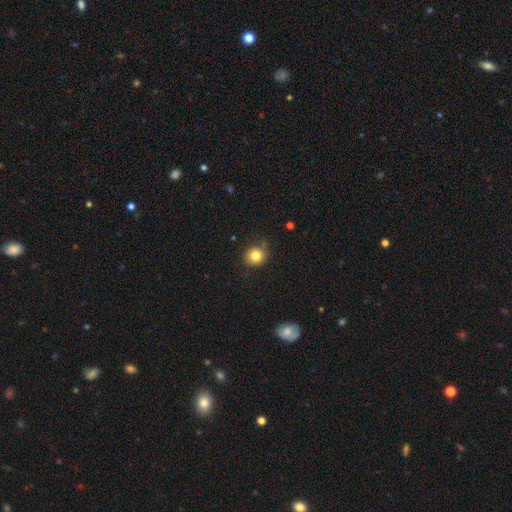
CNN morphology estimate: Q: Smooth or featured?
A: smooth (81%); runner-up: star or artifact (11%)
Q: How rounded?
A: round (85%); runner-up: in between (14%)
Q: Merging?
A: none (79%); runner-up: minor disturbance (14%)